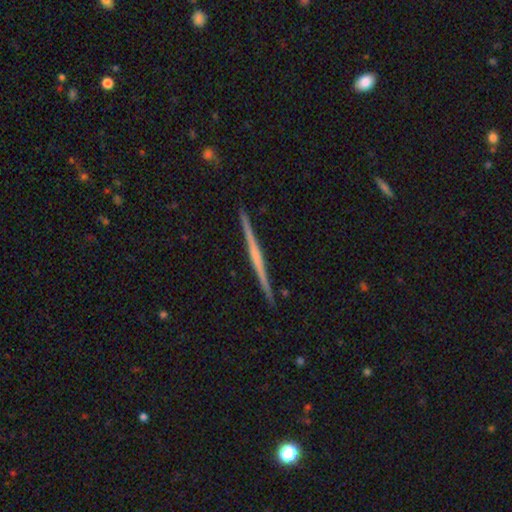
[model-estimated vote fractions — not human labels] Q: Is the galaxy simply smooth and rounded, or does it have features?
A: featured or disk — 74%.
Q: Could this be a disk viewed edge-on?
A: yes — 98%.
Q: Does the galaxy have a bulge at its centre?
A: none — 57%.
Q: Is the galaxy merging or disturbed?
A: none — 92%.